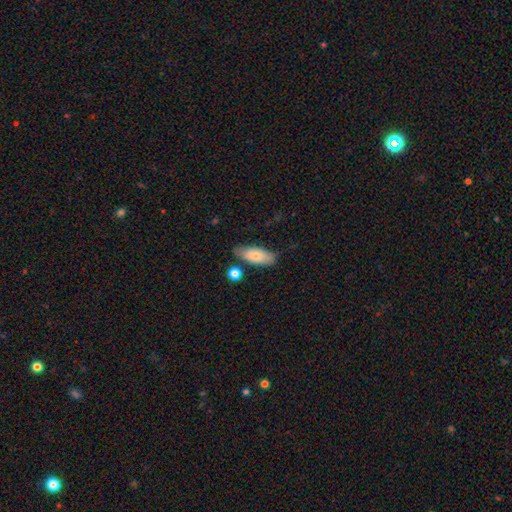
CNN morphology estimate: Overall: smooth (78%). How rounded: in between (80%). Merging: none (72%).